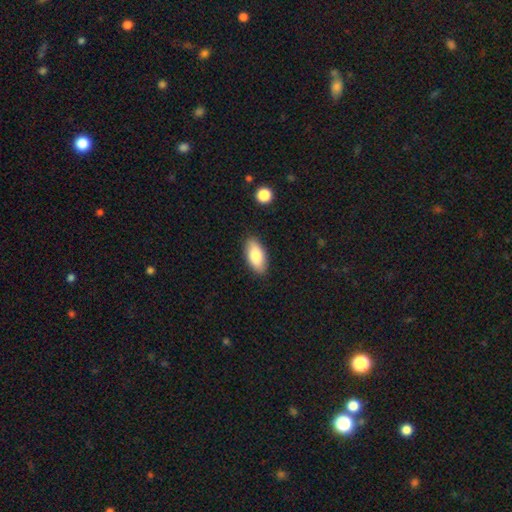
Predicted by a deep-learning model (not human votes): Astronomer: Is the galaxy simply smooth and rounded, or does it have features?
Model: smooth — 80%.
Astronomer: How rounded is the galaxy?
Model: in between — 90%.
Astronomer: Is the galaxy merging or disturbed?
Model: none — 87%.